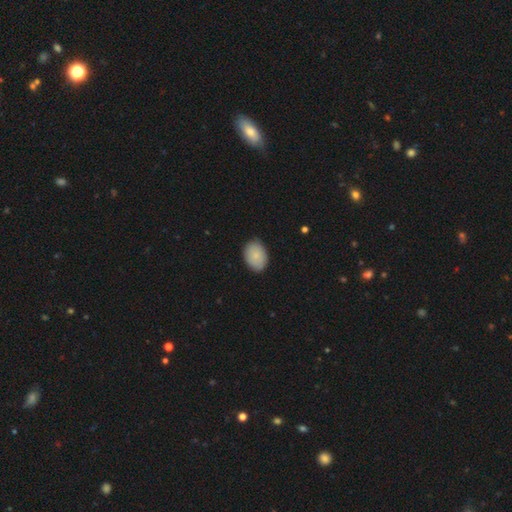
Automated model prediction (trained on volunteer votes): Smooth or featured? Predicted: smooth (p=0.84). How rounded? Predicted: in between (p=0.79). Merging? Predicted: none (p=0.85).